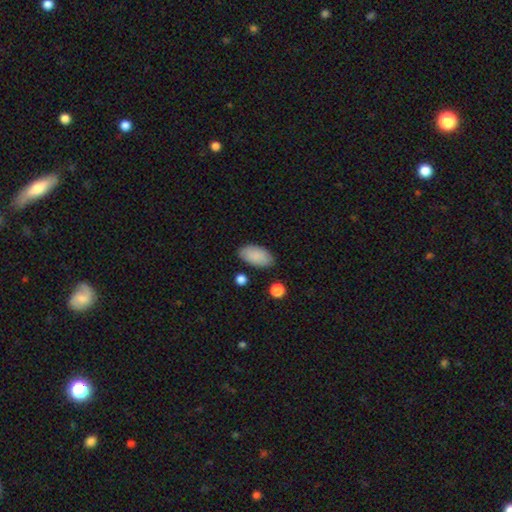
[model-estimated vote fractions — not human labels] smooth-or-featured: smooth: 89% | star or artifact: 6% | featured or disk: 5%
  how-rounded: in between: 94% | cigar-shaped: 3% | round: 3%
  merging: none: 84% | minor disturbance: 11% | major disturbance: 3% | merger: 2%